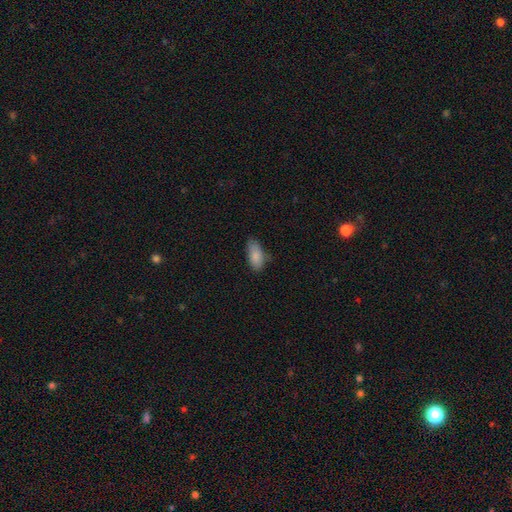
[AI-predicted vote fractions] Overall: smooth (86%). How rounded: in between (89%). Merging: none (68%).